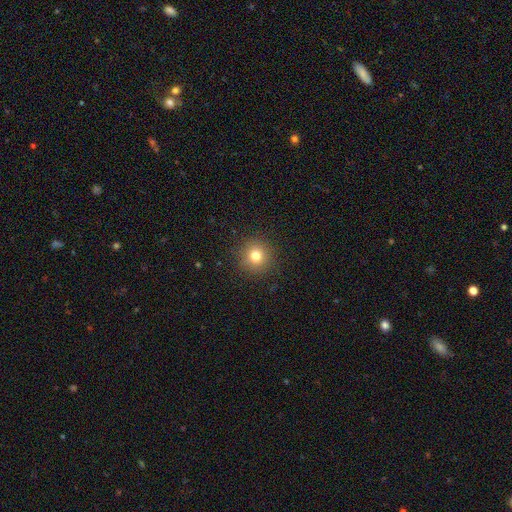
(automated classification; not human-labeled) smooth-or-featured: smooth: 78% | star or artifact: 14% | featured or disk: 8%
  how-rounded: round: 93% | in between: 6% | cigar-shaped: 1%
  merging: none: 90% | minor disturbance: 6% | major disturbance: 3% | merger: 1%